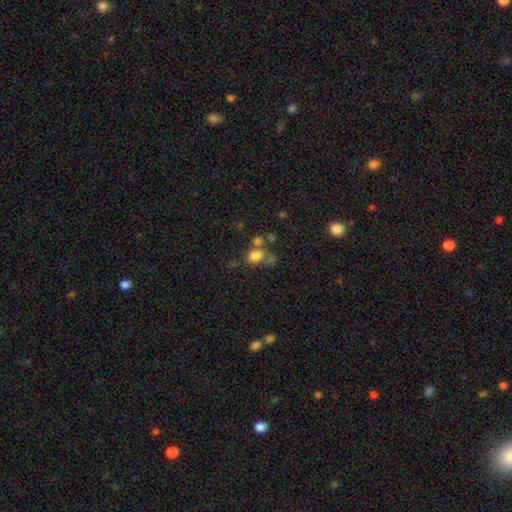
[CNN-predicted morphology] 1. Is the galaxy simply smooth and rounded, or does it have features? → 76% smooth, 14% star or artifact, 10% featured or disk.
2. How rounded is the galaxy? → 69% round, 29% in between, 1% cigar-shaped.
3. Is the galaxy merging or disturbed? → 52% none, 27% merger, 13% minor disturbance, 8% major disturbance.